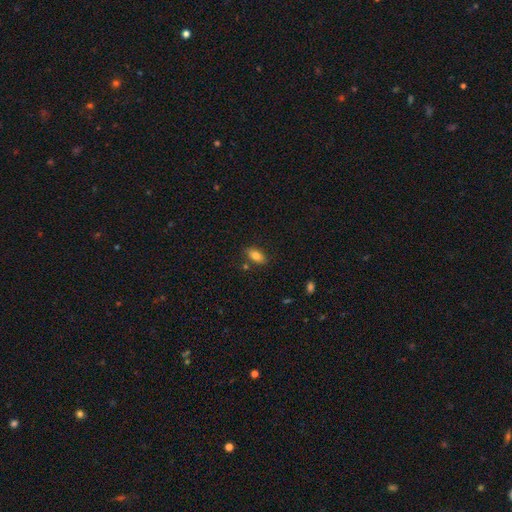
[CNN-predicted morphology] This is clearly a smooth galaxy (83%). How rounded: clearly in between (89%). Merging: clearly none (81%).